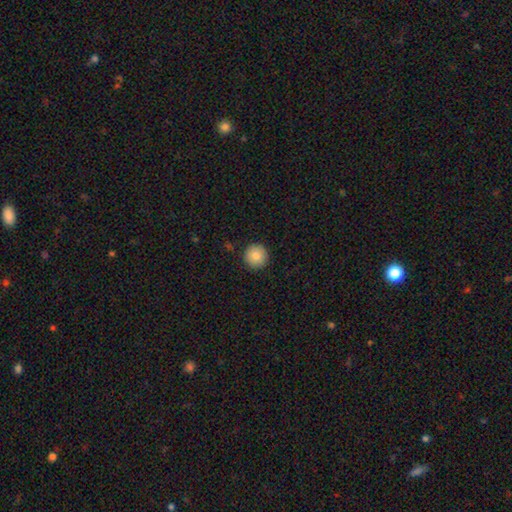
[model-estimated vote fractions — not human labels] Morphology: type=smooth (86%); roundness=round (96%); merging=none (92%).